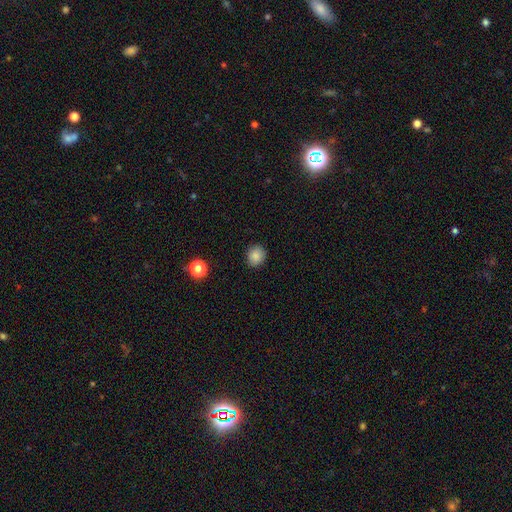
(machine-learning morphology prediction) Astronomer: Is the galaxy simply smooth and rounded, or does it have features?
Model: smooth — 86%.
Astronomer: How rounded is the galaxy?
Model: round — 70%.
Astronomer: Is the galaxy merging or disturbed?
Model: none — 88%.